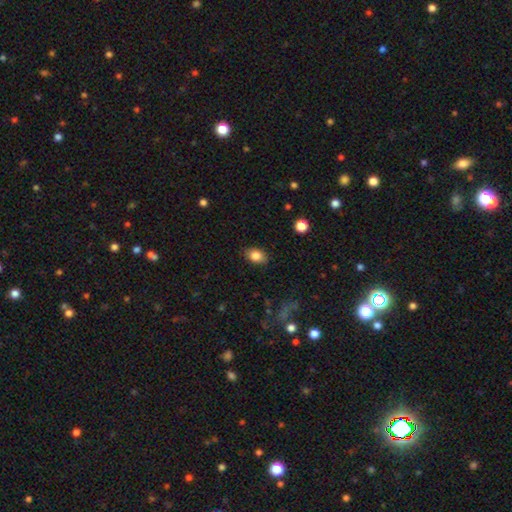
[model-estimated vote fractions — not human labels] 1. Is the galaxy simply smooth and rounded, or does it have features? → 83% smooth, 9% star or artifact, 8% featured or disk.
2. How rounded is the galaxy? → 81% in between, 18% round, 1% cigar-shaped.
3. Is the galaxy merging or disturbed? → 85% none, 11% minor disturbance, 2% major disturbance, 1% merger.